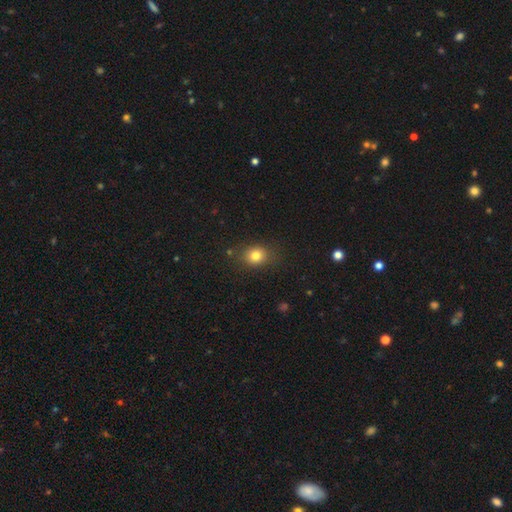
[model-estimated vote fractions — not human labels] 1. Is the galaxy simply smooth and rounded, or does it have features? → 80% smooth, 12% star or artifact, 8% featured or disk.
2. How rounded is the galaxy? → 58% round, 41% in between, 1% cigar-shaped.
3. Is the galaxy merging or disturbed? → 82% none, 12% minor disturbance, 4% major disturbance, 2% merger.